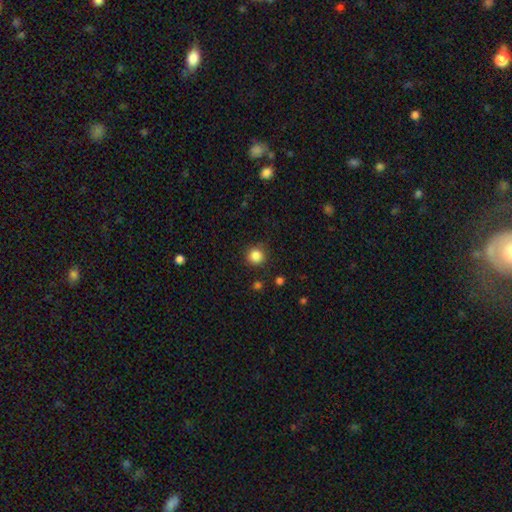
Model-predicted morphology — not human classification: Smooth or featured? Predicted: smooth (p=0.85). How rounded? Predicted: round (p=0.94). Merging? Predicted: none (p=0.87).